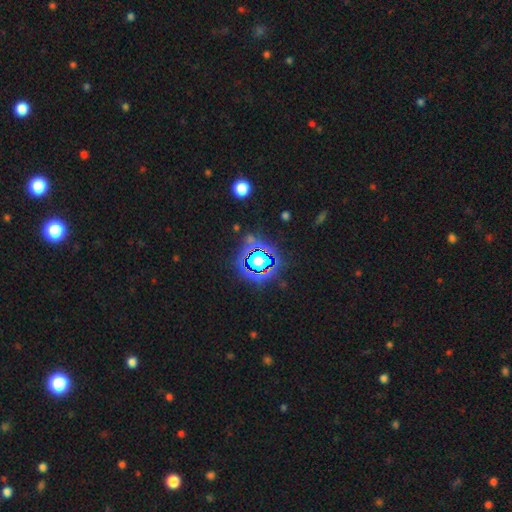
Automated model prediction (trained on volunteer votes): Morphology: type=star or artifact (78%).